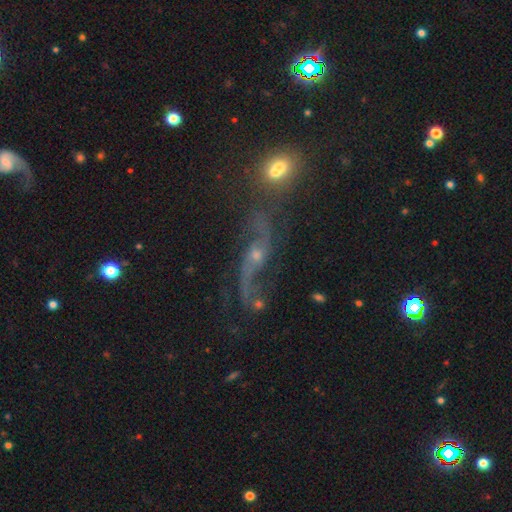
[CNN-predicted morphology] Smooth or featured? featured or disk (82%)
Edge-on disk? no (91%)
Bar? no (60%)
Spiral arms? yes (92%)
Spiral winding? loose (88%)
Spiral arm count? 2 (90%)
Bulge size? small (51%)
Merging? none (48%)